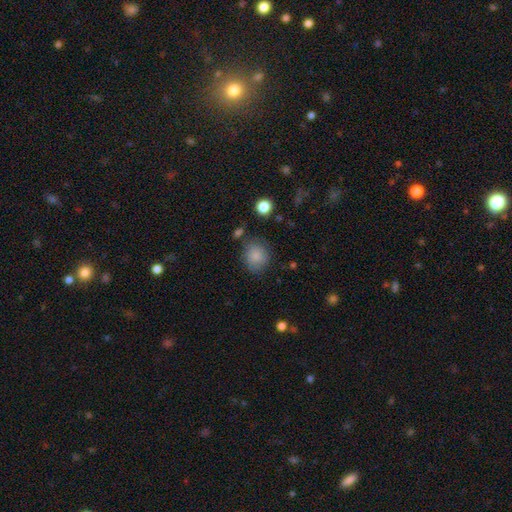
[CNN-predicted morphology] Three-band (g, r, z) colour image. It shows a smooth galaxy with no disk features (84%) that is round (74%). Merging: none (73%).